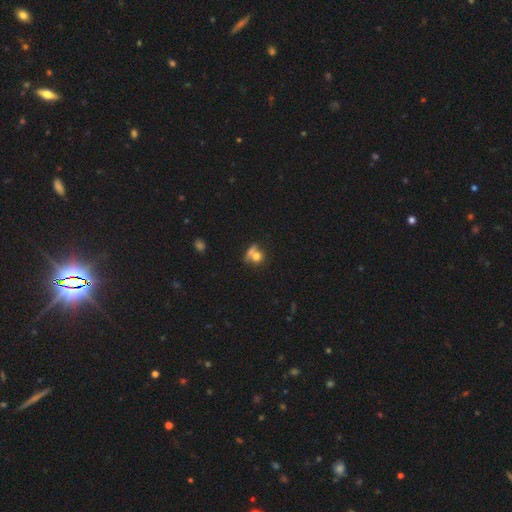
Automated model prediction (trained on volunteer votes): Overall: smooth (71%). How rounded: round (78%). Merging: merger (41%; none 38%).